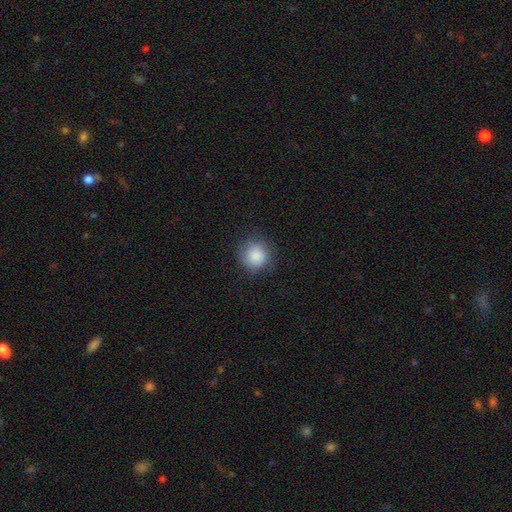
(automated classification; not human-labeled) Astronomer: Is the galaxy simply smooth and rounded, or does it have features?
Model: smooth — 86%.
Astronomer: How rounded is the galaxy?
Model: round — 91%.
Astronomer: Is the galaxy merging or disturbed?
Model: none — 81%.